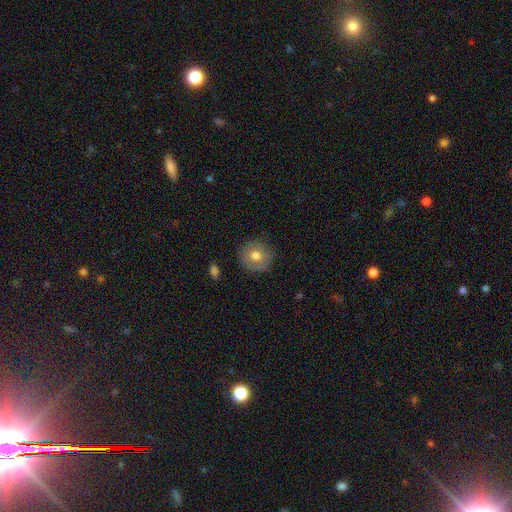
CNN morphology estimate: Q: Smooth or featured?
A: smooth (74%); runner-up: featured or disk (17%)
Q: How rounded?
A: round (94%); runner-up: in between (5%)
Q: Merging?
A: none (87%); runner-up: minor disturbance (9%)